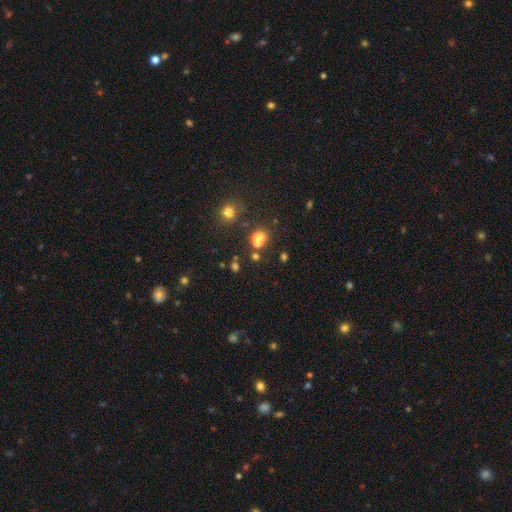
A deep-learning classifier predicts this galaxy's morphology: Smooth or featured? Predicted: smooth (p=0.51). How rounded? Predicted: round (p=0.67). Merging? Predicted: none (p=0.76).